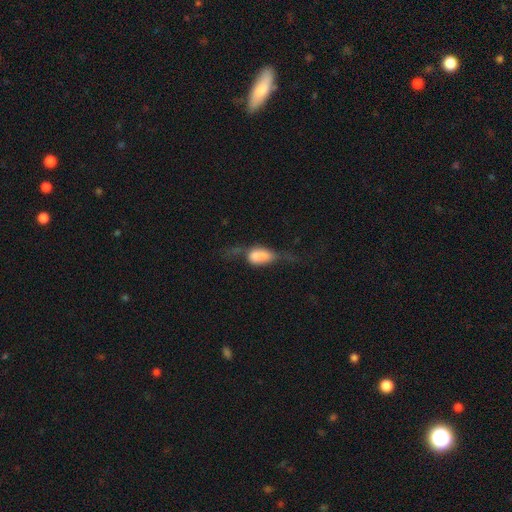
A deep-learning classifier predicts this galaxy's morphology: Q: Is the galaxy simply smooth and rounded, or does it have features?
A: smooth — 57%.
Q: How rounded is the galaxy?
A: in between — 83%.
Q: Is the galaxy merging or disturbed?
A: major disturbance — 40%.